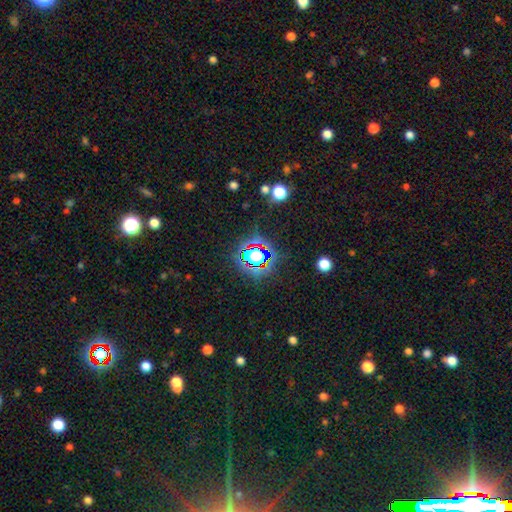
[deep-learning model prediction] A star or artifact, not a galaxy (62%).

Vote fractions:
- Smooth or featured? star or artifact: 62% / smooth: 24% / featured or disk: 14%